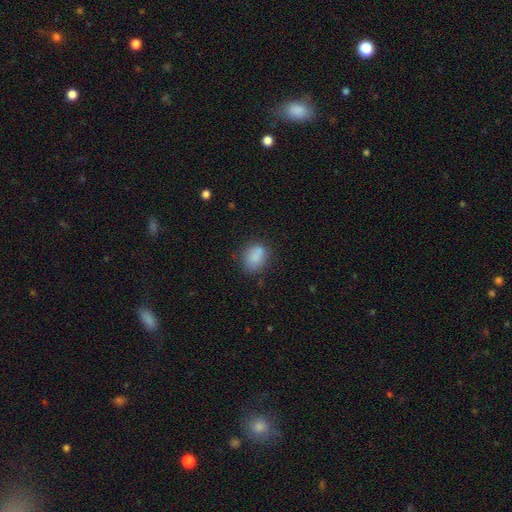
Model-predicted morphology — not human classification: Smooth or featured? smooth (82%)
How rounded? in between (64%)
Merging? none (67%)